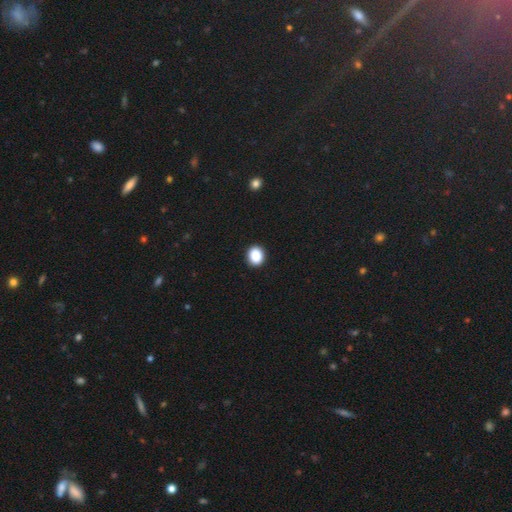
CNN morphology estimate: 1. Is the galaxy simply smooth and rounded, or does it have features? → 89% smooth, 8% star or artifact, 3% featured or disk.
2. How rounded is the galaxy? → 63% round, 36% in between, 1% cigar-shaped.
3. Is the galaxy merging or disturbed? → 92% none, 5% minor disturbance, 2% major disturbance, 1% merger.